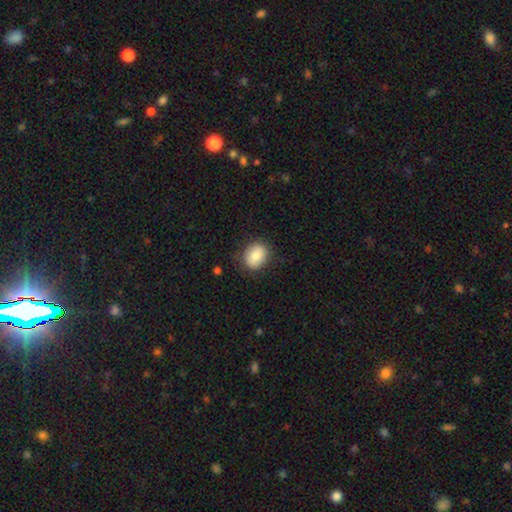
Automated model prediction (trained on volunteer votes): Smooth or featured?
  - smooth: 82% *
  - featured or disk: 11%
  - star or artifact: 8%
How rounded?
  - round: 52% *
  - in between: 47%
  - cigar-shaped: 1%
Merging?
  - none: 81% *
  - minor disturbance: 14%
  - major disturbance: 4%
  - merger: 1%